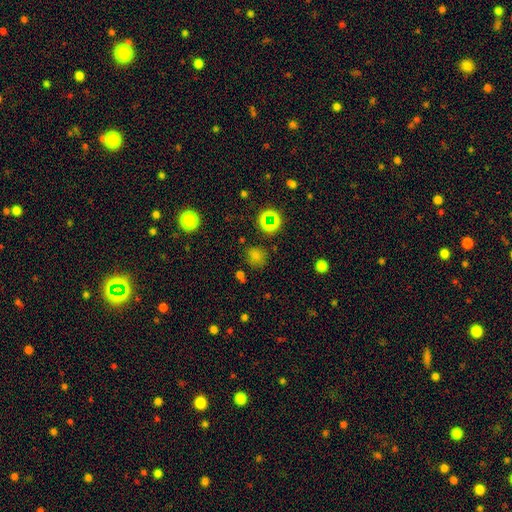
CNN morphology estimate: smooth-or-featured: smooth: 66% | star or artifact: 28% | featured or disk: 6%
  how-rounded: round: 78% | in between: 21% | cigar-shaped: 1%
  merging: none: 77% | minor disturbance: 13% | major disturbance: 5% | merger: 5%